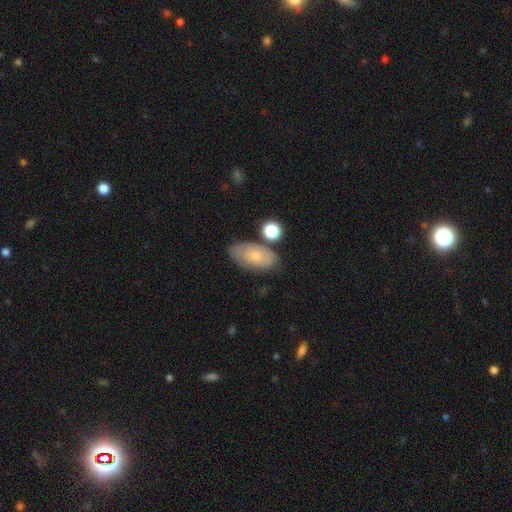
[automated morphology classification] Overall: smooth (59%; featured or disk 33%). How rounded: in between (91%). Merging: none (67%).